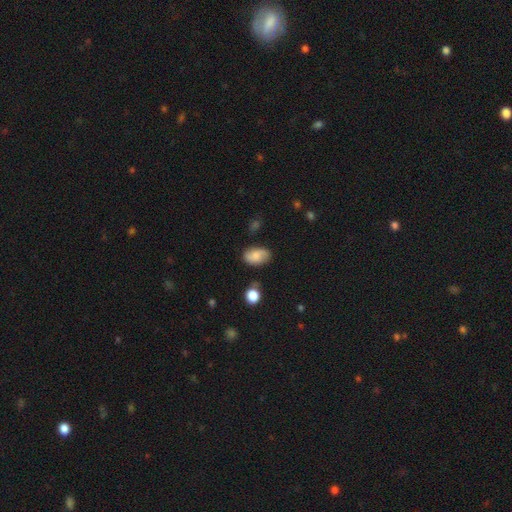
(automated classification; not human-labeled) Smooth or featured? Predicted: smooth (p=0.74). How rounded? Predicted: in between (p=0.91). Merging? Predicted: none (p=0.74).